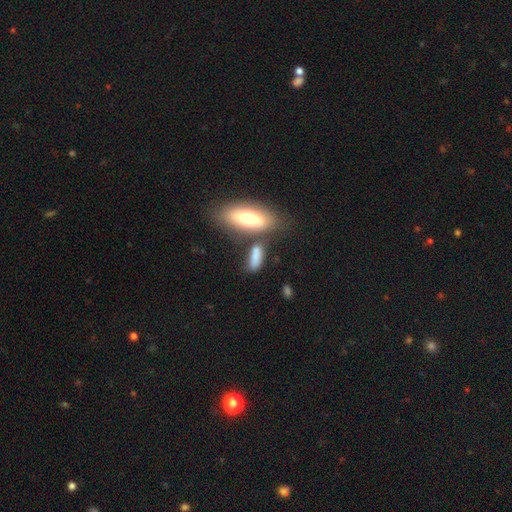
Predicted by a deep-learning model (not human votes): This appears to be a smooth galaxy with no disk features (79%) that is in between round and cigar-shaped (58%). Merging: none (54%).